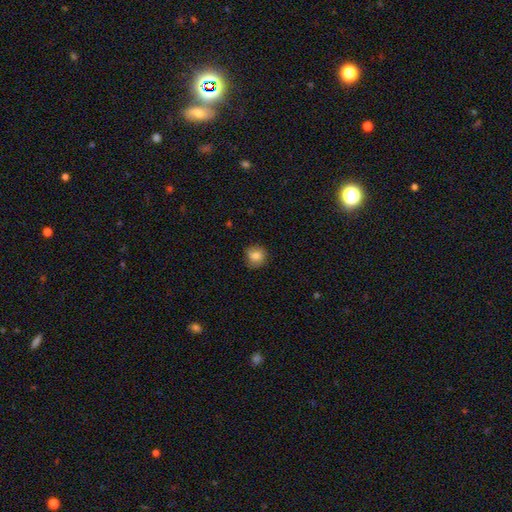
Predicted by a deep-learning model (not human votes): Smooth or featured: smooth — 81% (featured or disk — 10%)
How rounded: round — 85% (in between — 14%)
Merging: none — 80% (minor disturbance — 16%)